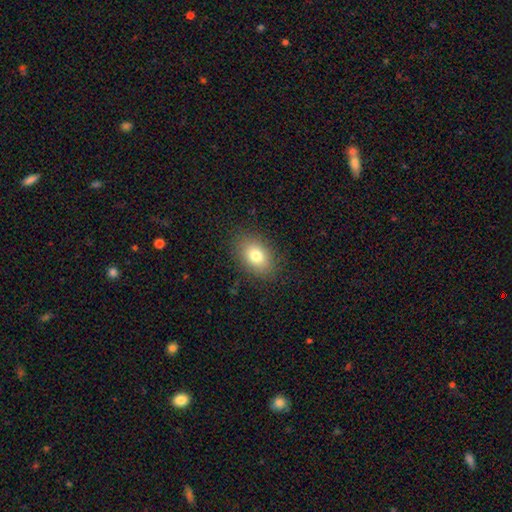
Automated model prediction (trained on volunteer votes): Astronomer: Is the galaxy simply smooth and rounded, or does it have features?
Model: smooth — 78%.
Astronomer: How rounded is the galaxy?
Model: in between — 80%.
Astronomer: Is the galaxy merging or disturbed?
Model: none — 86%.